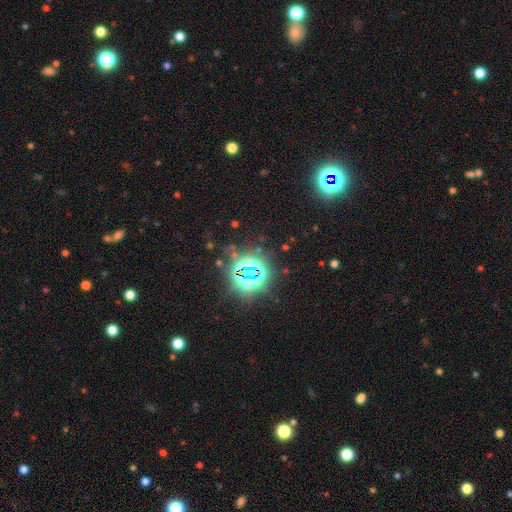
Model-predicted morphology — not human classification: star or artifact 83%, smooth 10%, featured or disk 7%.